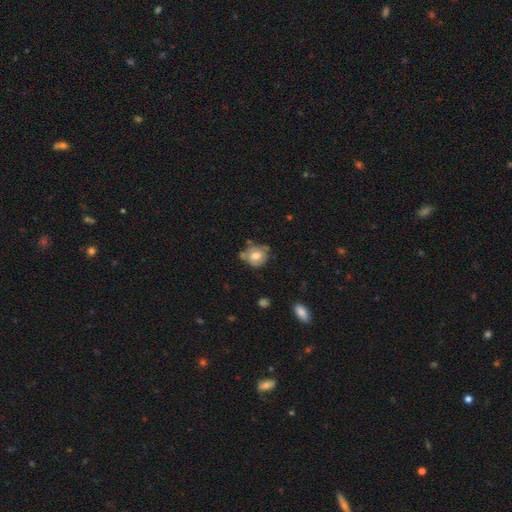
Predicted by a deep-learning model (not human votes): Smooth or featured? Predicted: smooth (p=0.65). How rounded? Predicted: round (p=0.72). Merging? Predicted: none (p=0.54).